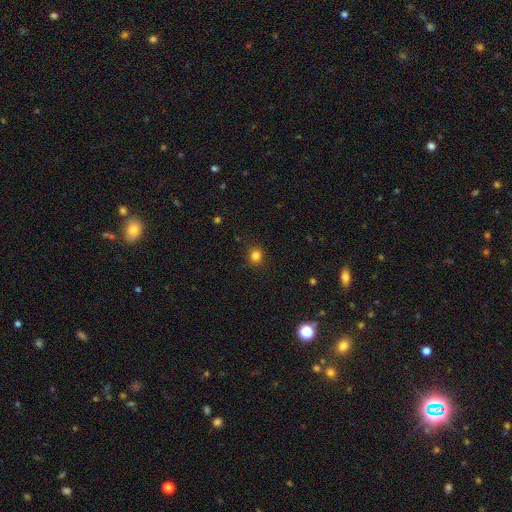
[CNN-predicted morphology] Overall: smooth (83%). How rounded: round (82%). Merging: none (89%).